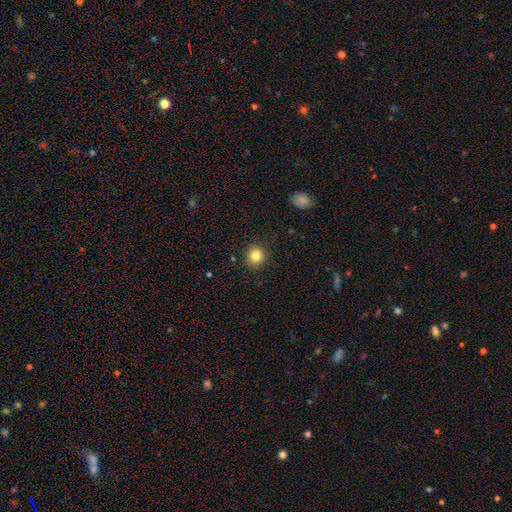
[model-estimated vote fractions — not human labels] Morphology: type=smooth (82%); roundness=round (87%); merging=none (91%).